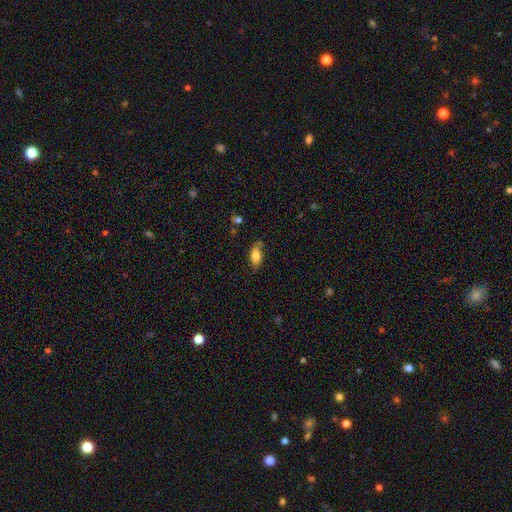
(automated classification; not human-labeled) smooth-or-featured: smooth: 77% | featured or disk: 16% | star or artifact: 8%
  how-rounded: in between: 85% | cigar-shaped: 11% | round: 4%
  merging: none: 72% | minor disturbance: 21% | major disturbance: 4% | merger: 2%